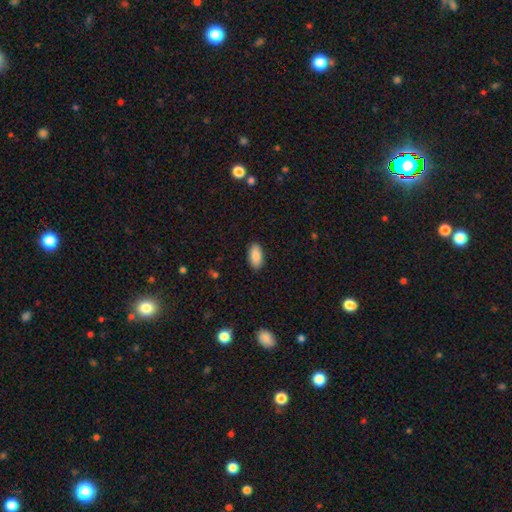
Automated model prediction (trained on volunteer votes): Smooth or featured? Predicted: smooth (p=0.88). How rounded? Predicted: in between (p=0.91). Merging? Predicted: none (p=0.89).